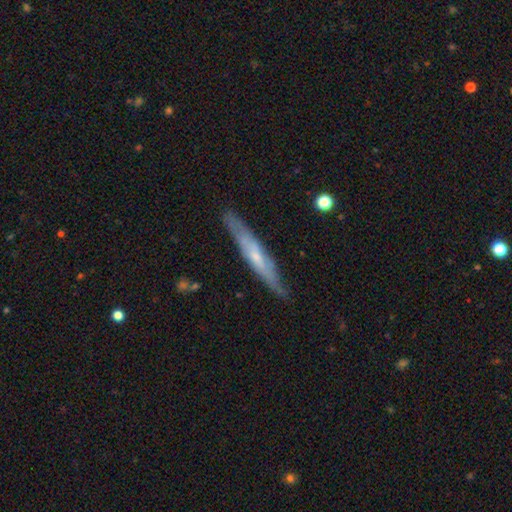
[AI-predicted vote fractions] Morphology: type=featured or disk (57%); edge-on=yes (81%); merging=none (83%).